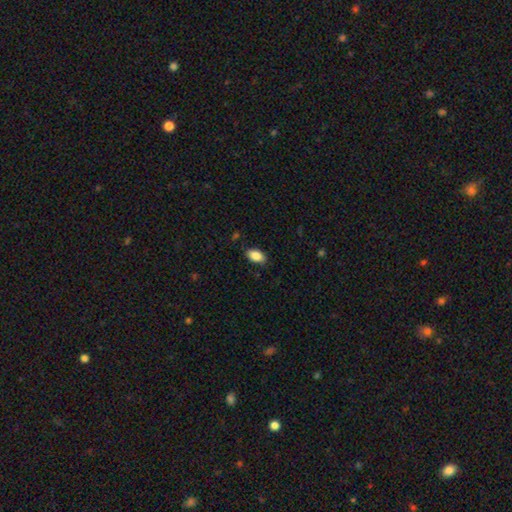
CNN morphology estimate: This appears to be a smooth galaxy with no disk features (87%) that is in between round and cigar-shaped (92%). Merging: none (83%).